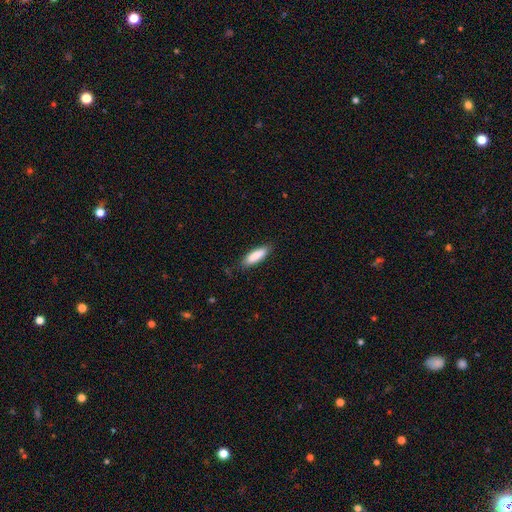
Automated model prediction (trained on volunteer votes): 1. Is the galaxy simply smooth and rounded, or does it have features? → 87% smooth, 7% featured or disk, 6% star or artifact.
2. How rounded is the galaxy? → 50% cigar-shaped, 48% in between, 1% round.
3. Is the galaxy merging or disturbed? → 82% none, 14% minor disturbance, 3% major disturbance, 1% merger.